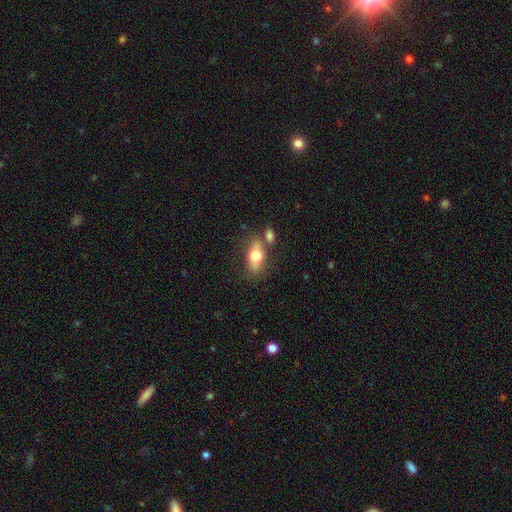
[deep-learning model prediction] A smooth galaxy with no disk features (67%) that is in between round and cigar-shaped (79%). Merging: none (60%).